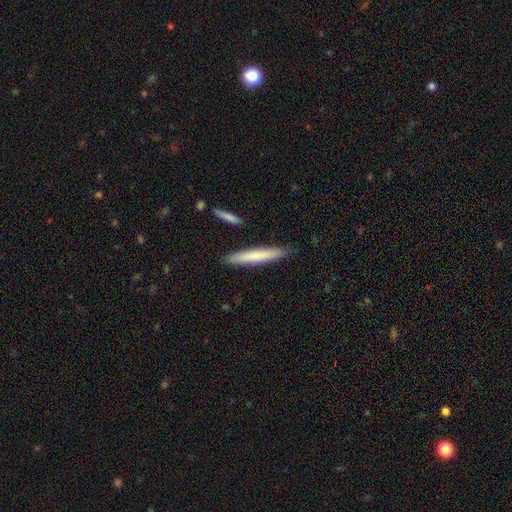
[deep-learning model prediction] This is likely a smooth galaxy (71%). How rounded: clearly cigar-shaped (95%). Merging: clearly none (89%).